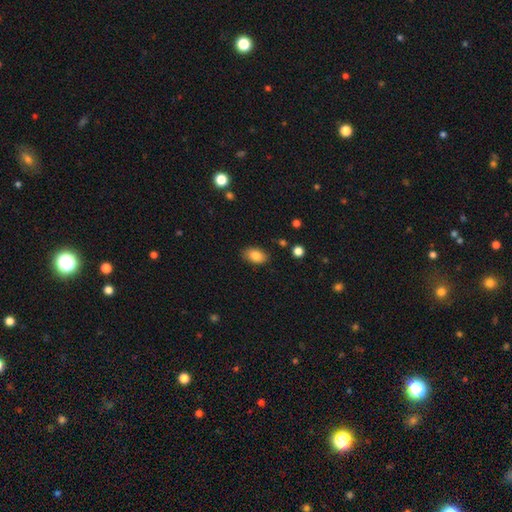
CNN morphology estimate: Smooth or featured? smooth (84%)
How rounded? in between (88%)
Merging? none (86%)